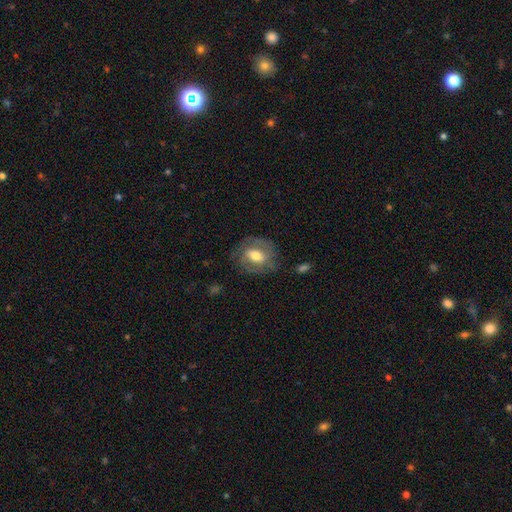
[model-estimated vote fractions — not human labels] Q: Smooth or featured?
A: featured or disk (59%); runner-up: smooth (35%)
Q: Edge-on disk?
A: no (95%); runner-up: yes (5%)
Q: Bar?
A: weak (45%); runner-up: no (31%)
Q: Spiral arms?
A: yes (74%); runner-up: no (26%)
Q: Bulge size?
A: moderate (66%); runner-up: large (18%)
Q: Merging?
A: none (71%); runner-up: minor disturbance (19%)